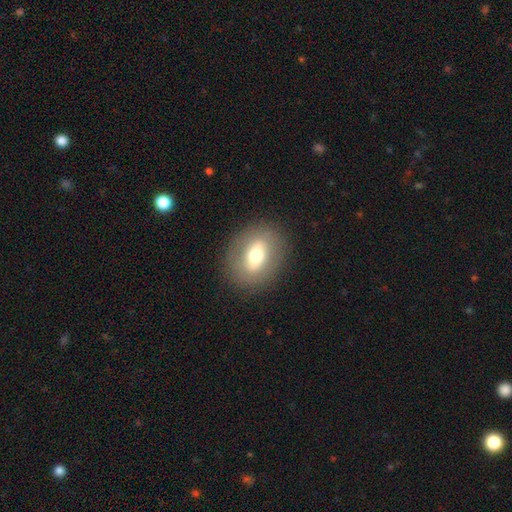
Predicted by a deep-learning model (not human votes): Smooth or featured: smooth — 57% (featured or disk — 34%)
How rounded: in between — 62% (round — 36%)
Merging: none — 85% (minor disturbance — 9%)